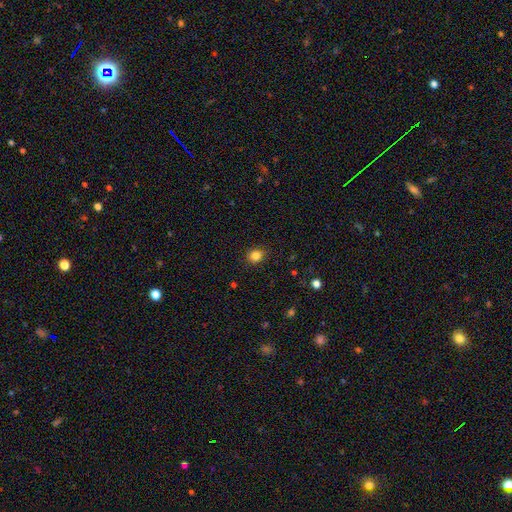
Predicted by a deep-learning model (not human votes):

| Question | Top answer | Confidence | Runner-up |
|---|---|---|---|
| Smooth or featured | smooth | 84% | star or artifact (11%) |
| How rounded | round | 69% | in between (30%) |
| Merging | none | 88% | minor disturbance (8%) |